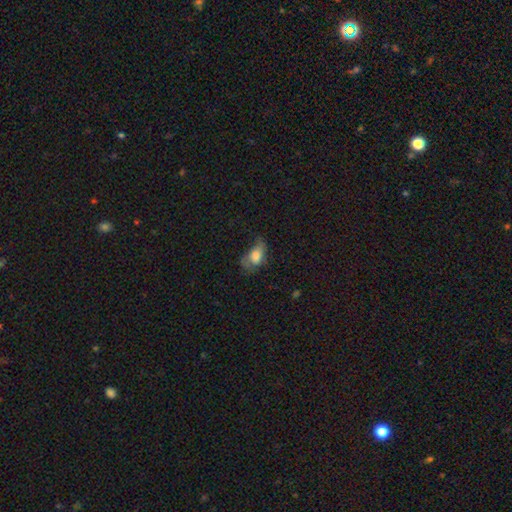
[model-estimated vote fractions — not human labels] Smooth or featured? Predicted: smooth (p=0.68). How rounded? Predicted: in between (p=0.88). Merging? Predicted: major disturbance (p=0.37).